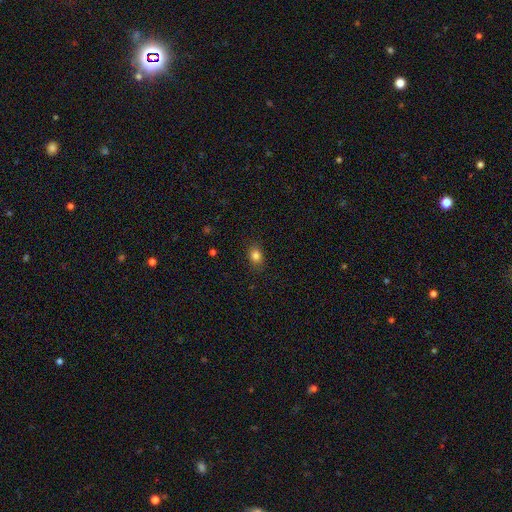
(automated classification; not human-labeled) This is clearly a smooth galaxy (82%). How rounded: possibly in between (58%). Merging: clearly none (86%).